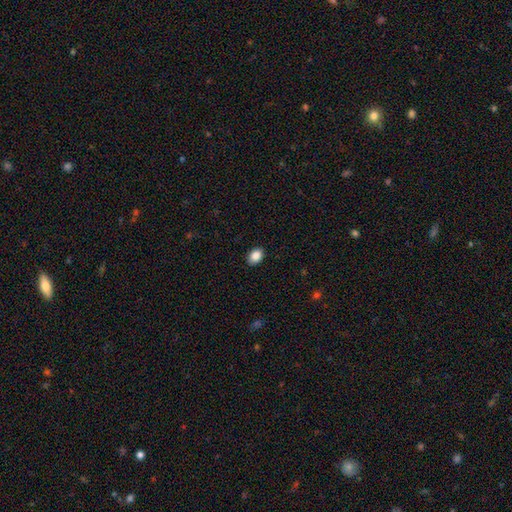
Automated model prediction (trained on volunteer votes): smooth_or_featured: smooth (p=0.88) [alt: star or artifact p=0.08]
how_rounded: in between (p=0.77) [alt: round p=0.22]
merging: none (p=0.89) [alt: minor disturbance p=0.08]